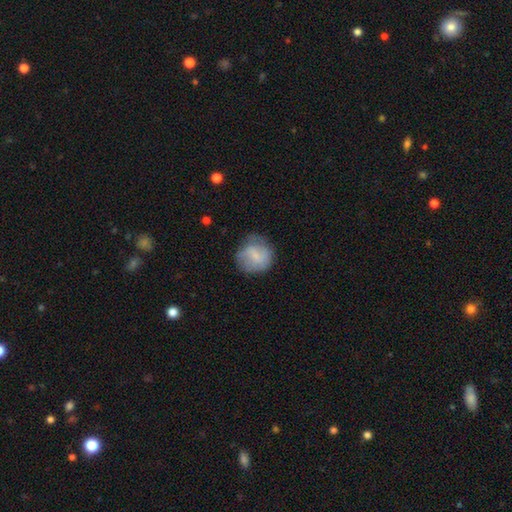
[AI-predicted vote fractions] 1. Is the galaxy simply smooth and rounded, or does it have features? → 58% smooth, 35% featured or disk, 7% star or artifact.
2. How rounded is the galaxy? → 83% round, 16% in between, 1% cigar-shaped.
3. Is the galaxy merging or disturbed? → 59% none, 27% minor disturbance, 12% major disturbance, 2% merger.